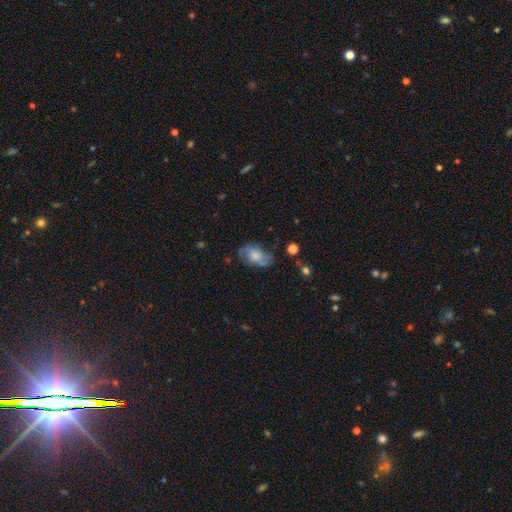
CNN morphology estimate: Smooth or featured: smooth — 47% (featured or disk — 44%)
Merging: none — 54% (minor disturbance — 27%)